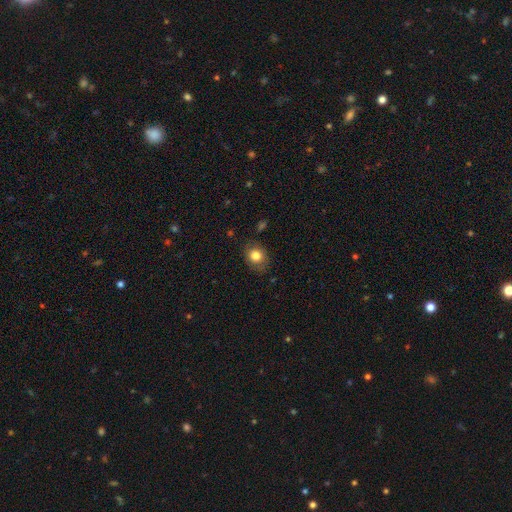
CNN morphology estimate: The model was most divided on "how rounded": round: 51%, in between: 48%, cigar-shaped: 1%. More confident: smooth or featured — smooth (81%); merging — none (79%).